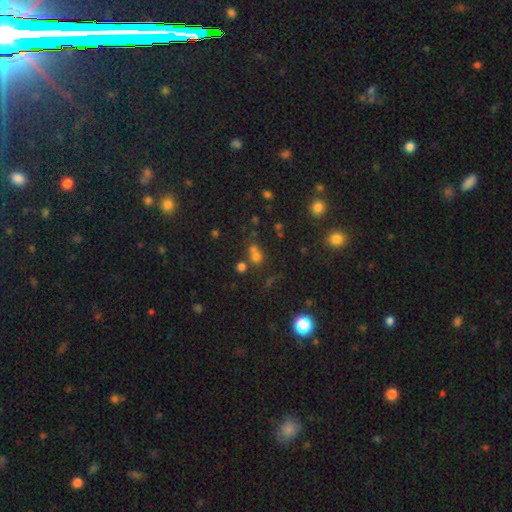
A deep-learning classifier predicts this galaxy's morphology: Smooth or featured?
  - smooth: 60% *
  - star or artifact: 29%
  - featured or disk: 11%
How rounded?
  - round: 79% *
  - in between: 19%
  - cigar-shaped: 1%
Merging?
  - none: 47% *
  - merger: 40%
  - minor disturbance: 8%
  - major disturbance: 5%